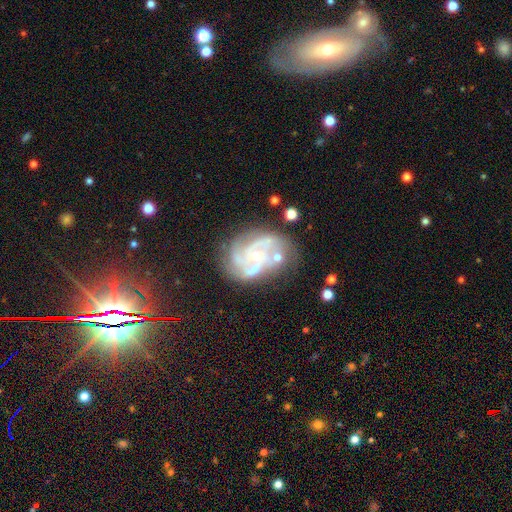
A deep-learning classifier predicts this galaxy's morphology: The model was most divided on "spiral winding": tight: 45%, medium: 42%, loose: 13%. Remaining: edge-on disk — no (98%); spiral arms — yes (93%); smooth or featured — featured or disk (82%); bulge size — small (74%); bar — no (68%); merging — none (58%); spiral arm count — 3 (31%).